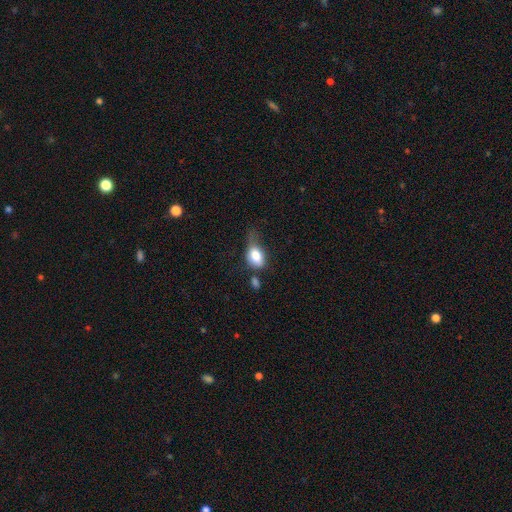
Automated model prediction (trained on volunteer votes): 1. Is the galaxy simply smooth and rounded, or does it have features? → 78% smooth, 14% featured or disk, 8% star or artifact.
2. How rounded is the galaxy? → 82% in between, 15% round, 3% cigar-shaped.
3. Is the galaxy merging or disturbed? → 34% minor disturbance, 30% major disturbance, 25% none, 10% merger.